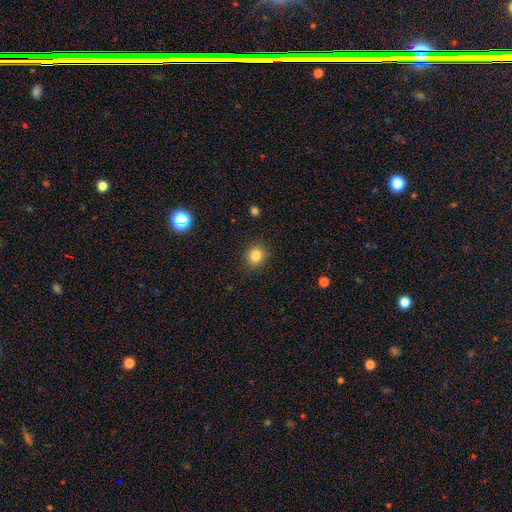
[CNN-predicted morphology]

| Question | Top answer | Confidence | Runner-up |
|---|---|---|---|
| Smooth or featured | smooth | 84% | star or artifact (11%) |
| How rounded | round | 79% | in between (20%) |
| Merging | none | 89% | minor disturbance (8%) |